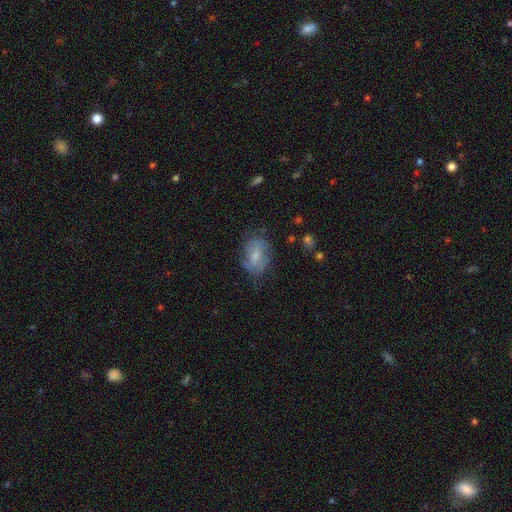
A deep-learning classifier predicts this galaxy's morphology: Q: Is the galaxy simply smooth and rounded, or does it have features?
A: smooth — 54%.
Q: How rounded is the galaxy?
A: in between — 79%.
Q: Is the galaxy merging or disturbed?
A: none — 60%.